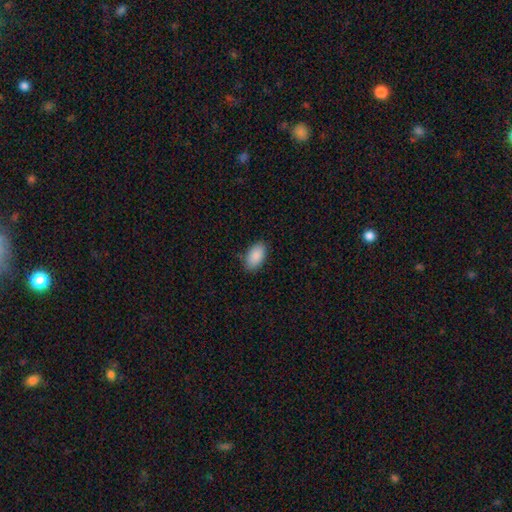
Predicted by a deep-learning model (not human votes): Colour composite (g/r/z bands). It shows a smooth galaxy with no disk features (89%) that is in between round and cigar-shaped (95%). Merging: none (83%).